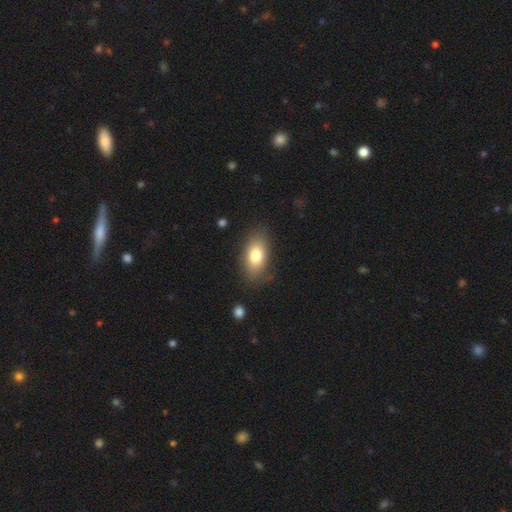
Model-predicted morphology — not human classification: Smooth or featured?
  - smooth: 78% *
  - featured or disk: 15%
  - star or artifact: 8%
How rounded?
  - in between: 89% *
  - round: 8%
  - cigar-shaped: 3%
Merging?
  - none: 78% *
  - minor disturbance: 15%
  - major disturbance: 5%
  - merger: 2%